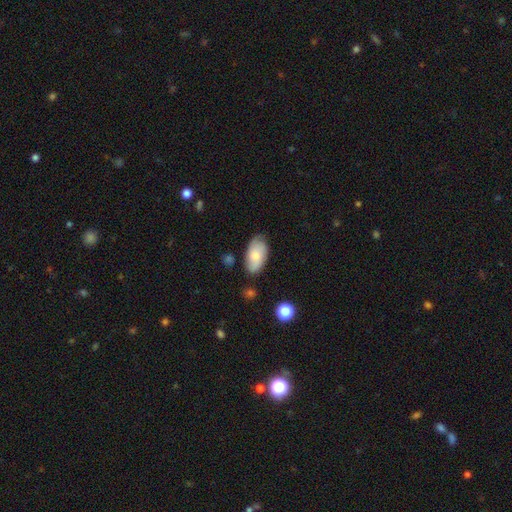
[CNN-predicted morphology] Smooth or featured? smooth (68%)
How rounded? in between (93%)
Merging? none (73%)